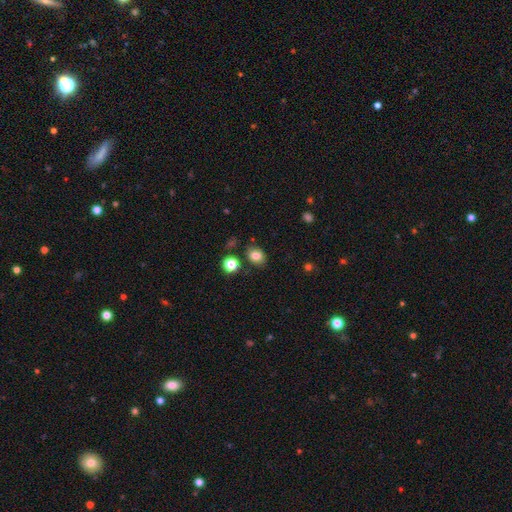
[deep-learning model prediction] A smooth galaxy with no disk features (81%) that is in between round and cigar-shaped (51%). Merging: none (81%).